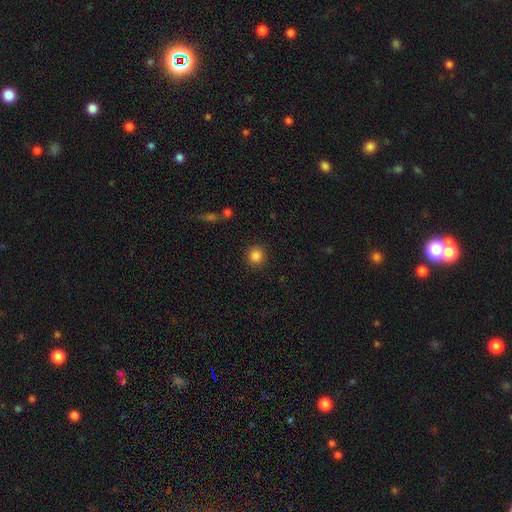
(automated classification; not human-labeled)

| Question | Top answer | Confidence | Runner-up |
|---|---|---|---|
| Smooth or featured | smooth | 85% | star or artifact (11%) |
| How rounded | round | 93% | in between (6%) |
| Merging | none | 91% | minor disturbance (6%) |